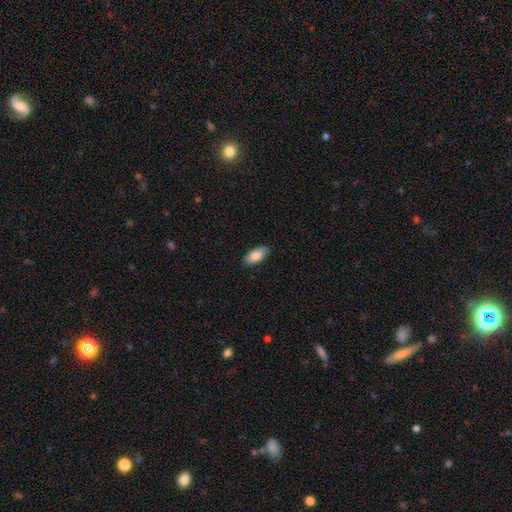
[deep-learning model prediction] The model was most divided on "smooth or featured": smooth: 83%, featured or disk: 11%, star or artifact: 6%. More confident: how rounded — in between (88%); merging — none (87%).